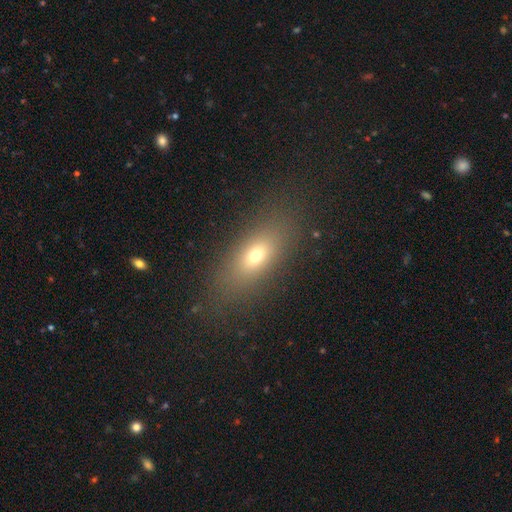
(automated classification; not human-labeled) The model was most divided on "smooth or featured": smooth: 67%, featured or disk: 19%, star or artifact: 14%. More confident: merging — none (81%); how rounded — in between (74%).